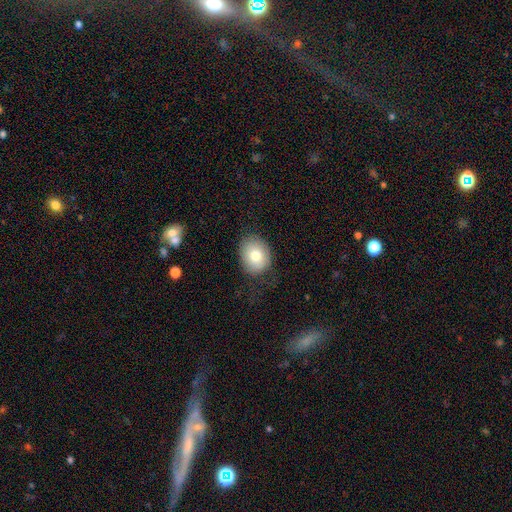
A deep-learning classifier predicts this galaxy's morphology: This appears to be a smooth galaxy with no disk features (77%) that is round (53%). Merging: none (70%).